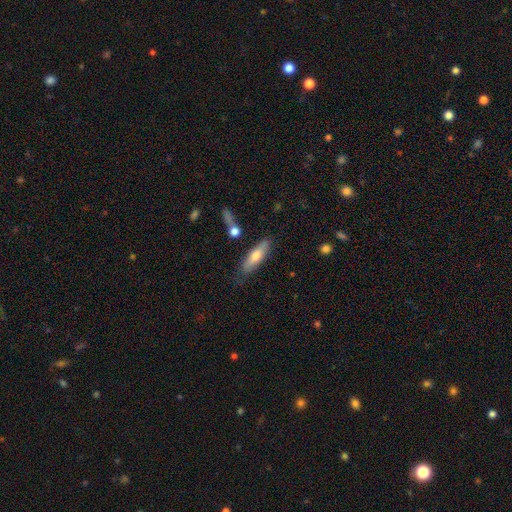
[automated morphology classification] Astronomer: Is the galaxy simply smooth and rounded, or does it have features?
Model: smooth — 67%.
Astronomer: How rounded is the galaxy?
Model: cigar-shaped — 55% (runner-up: in between, 42%).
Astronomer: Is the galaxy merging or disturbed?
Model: none — 76%.